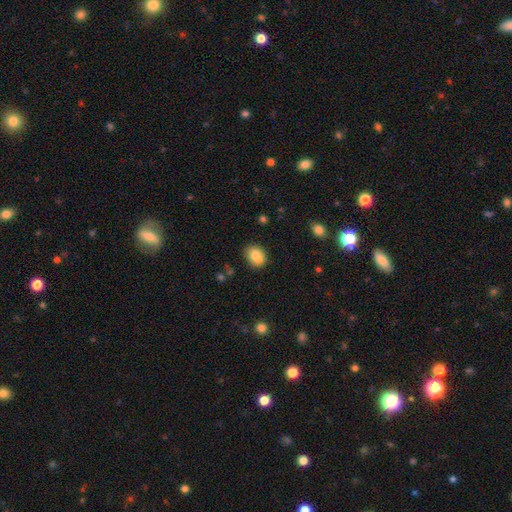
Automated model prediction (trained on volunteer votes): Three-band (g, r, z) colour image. It shows a smooth galaxy with no disk features (77%) that is round (55%). Merging: none (65%).